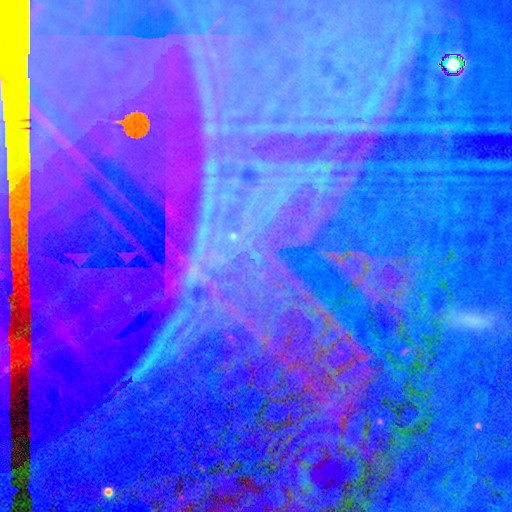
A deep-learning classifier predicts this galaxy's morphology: Smooth or featured? Predicted: star or artifact (p=0.89).